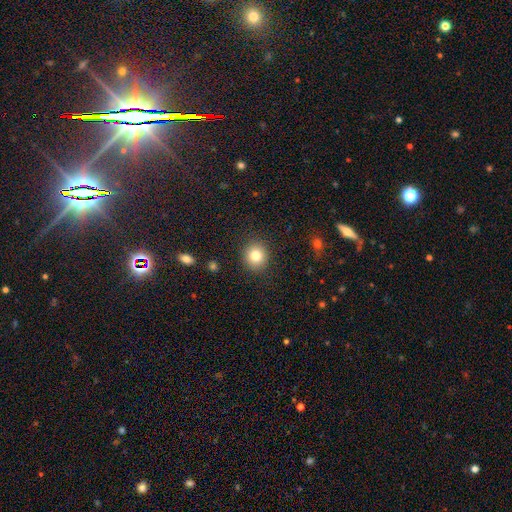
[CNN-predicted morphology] A smooth galaxy with no disk features (82%) that is round (86%). Merging: none (90%).